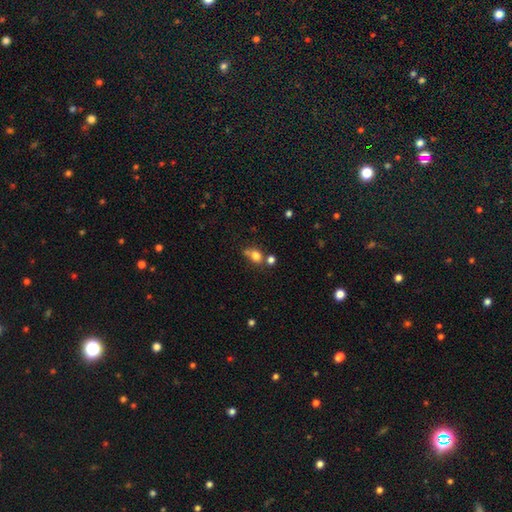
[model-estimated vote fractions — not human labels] Smooth or featured? smooth (76%)
How rounded? round (65%)
Merging? none (49%)